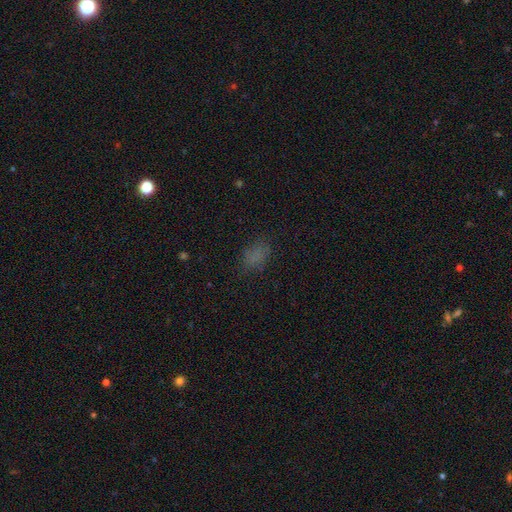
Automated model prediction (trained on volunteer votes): This is likely a smooth galaxy (72%). How rounded: clearly in between (82%). Merging: likely none (72%).